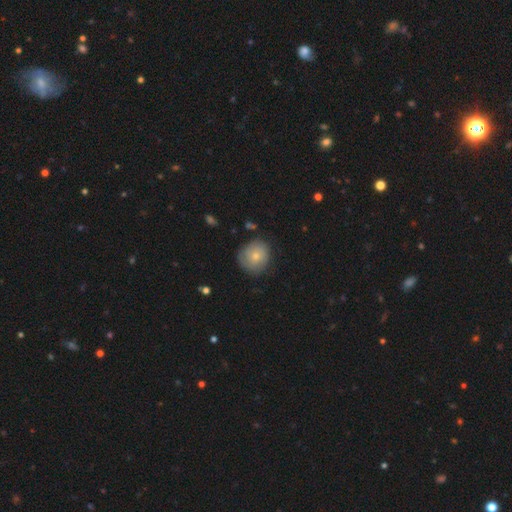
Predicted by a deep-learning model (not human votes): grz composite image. It shows a smooth galaxy with no disk features (61%) that is round (84%). Merging: none (73%).